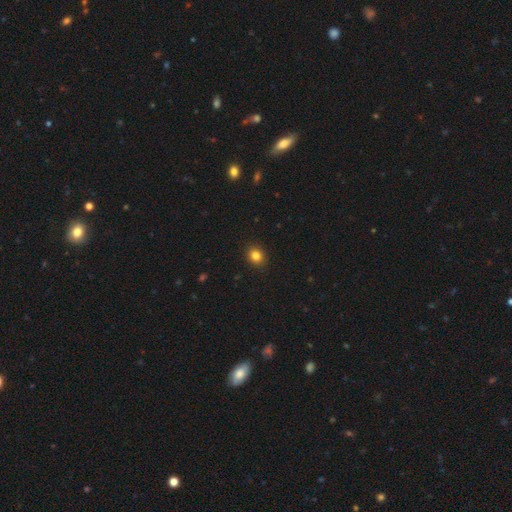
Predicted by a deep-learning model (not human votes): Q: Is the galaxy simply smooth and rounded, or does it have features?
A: smooth — 83%.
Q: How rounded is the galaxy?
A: round — 68%.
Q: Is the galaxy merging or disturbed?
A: none — 91%.